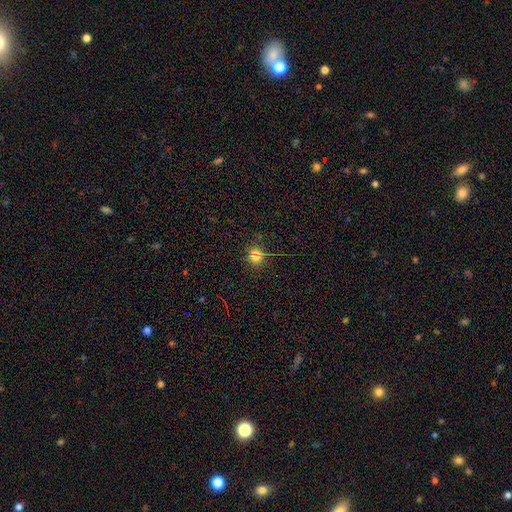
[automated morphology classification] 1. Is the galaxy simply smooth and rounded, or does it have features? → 80% smooth, 15% star or artifact, 5% featured or disk.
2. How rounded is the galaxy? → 88% round, 11% in between, 1% cigar-shaped.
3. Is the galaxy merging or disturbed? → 83% none, 11% minor disturbance, 3% major disturbance, 2% merger.